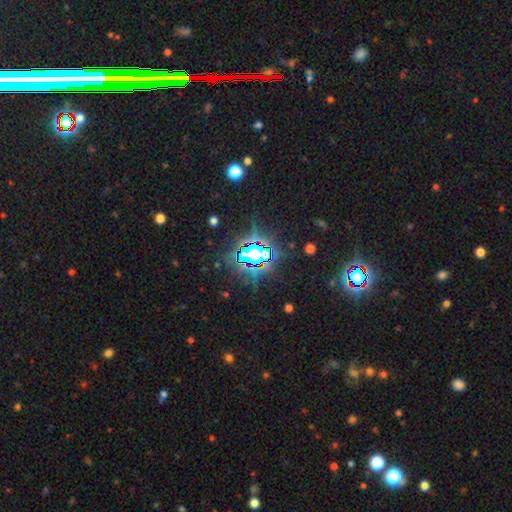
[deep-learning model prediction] Morphology: type=star or artifact (80%).